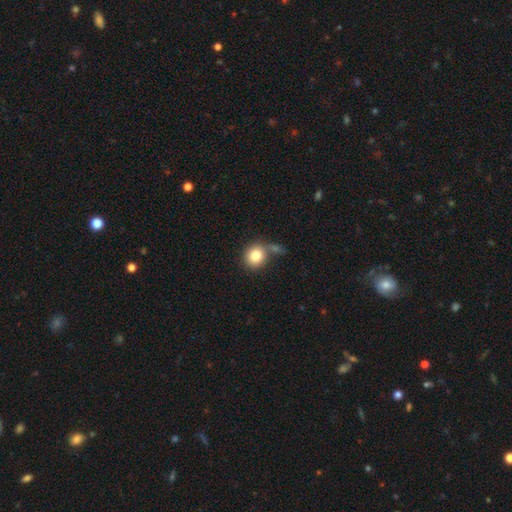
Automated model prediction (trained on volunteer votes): smooth_or_featured: smooth (p=0.81) [alt: star or artifact p=0.10]
how_rounded: round (p=0.80) [alt: in between p=0.19]
merging: none (p=0.58) [alt: merger p=0.20]